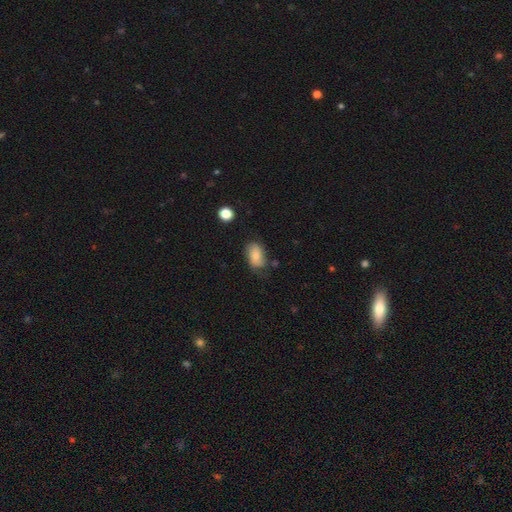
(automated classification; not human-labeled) This is likely a smooth galaxy (72%). How rounded: clearly in between (88%). Merging: possibly none (59%).